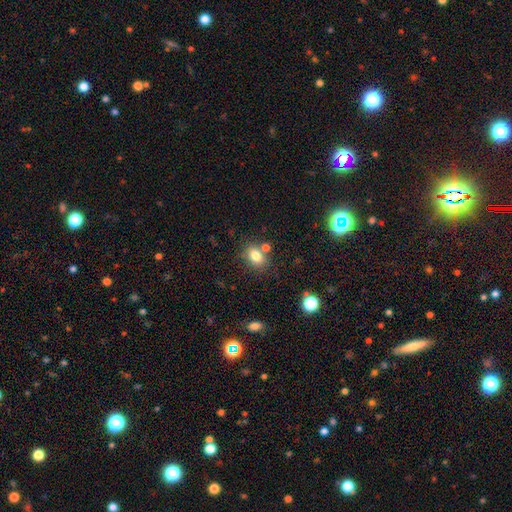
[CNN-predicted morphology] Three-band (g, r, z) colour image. It shows a smooth galaxy with no disk features (80%) that is in between round and cigar-shaped (68%). Merging: none (68%).